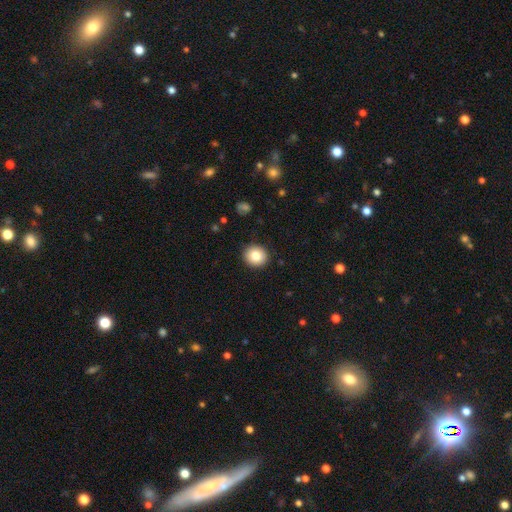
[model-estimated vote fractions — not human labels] smooth_or_featured: smooth (p=0.82) [alt: featured or disk p=0.09]
how_rounded: round (p=0.91) [alt: in between p=0.08]
merging: none (p=0.91) [alt: minor disturbance p=0.06]